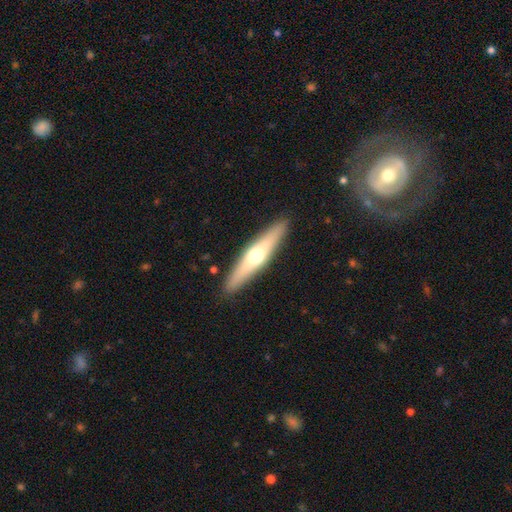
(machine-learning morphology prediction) smooth_or_featured: featured or disk (p=0.49) [alt: smooth p=0.45]
merging: none (p=0.90) [alt: minor disturbance p=0.07]